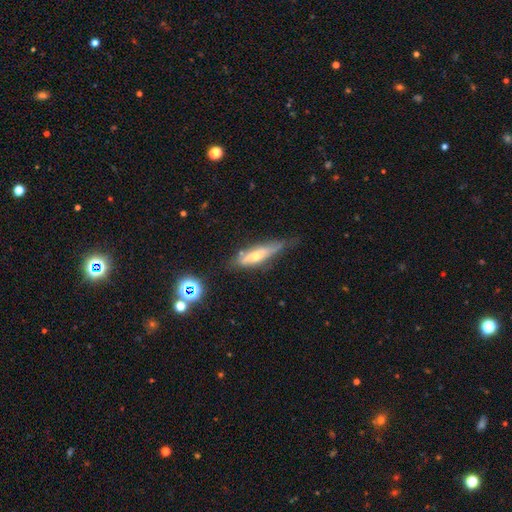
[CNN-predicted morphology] featured or disk 51%, smooth 40%, star or artifact 9%. Down the decision tree: edge-on disk — yes (77%); merging — none (51%).